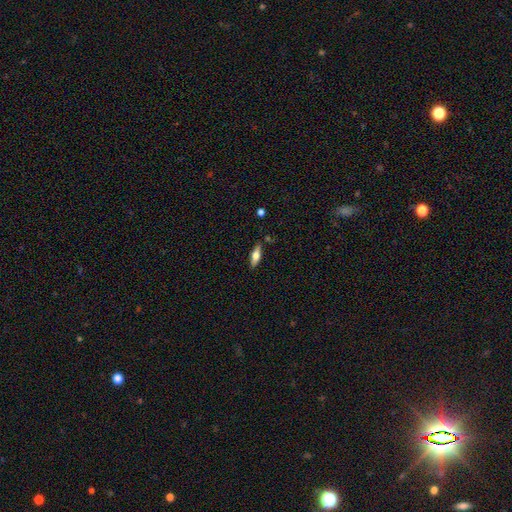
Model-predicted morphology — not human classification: Overall: smooth (56%; featured or disk 38%). How rounded: in between (52%; cigar-shaped 46%). Merging: none (84%).